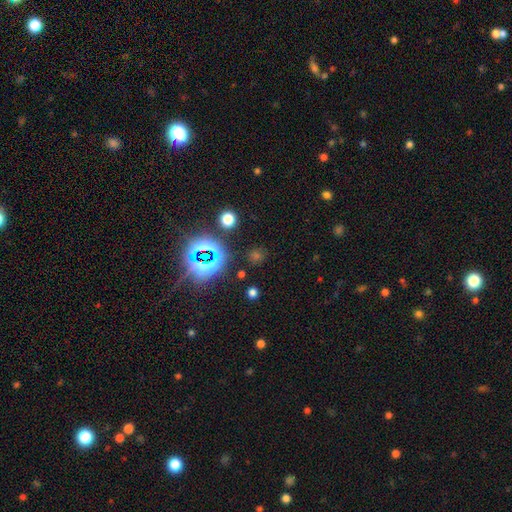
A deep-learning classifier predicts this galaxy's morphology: A star or artifact, not a galaxy (66%).